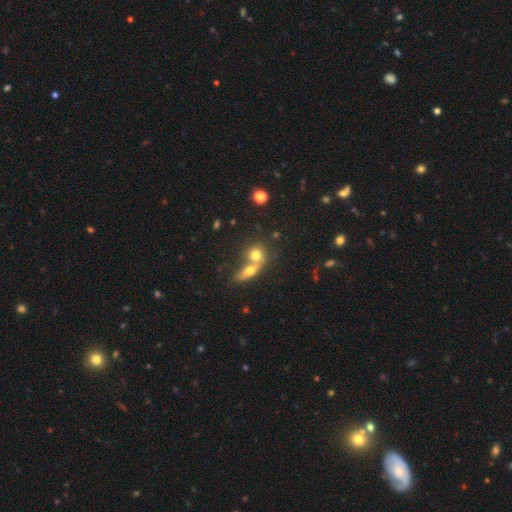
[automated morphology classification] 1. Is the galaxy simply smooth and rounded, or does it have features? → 71% smooth, 19% featured or disk, 10% star or artifact.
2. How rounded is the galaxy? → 64% round, 31% in between, 5% cigar-shaped.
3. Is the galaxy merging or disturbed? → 59% merger, 30% none, 7% minor disturbance, 4% major disturbance.